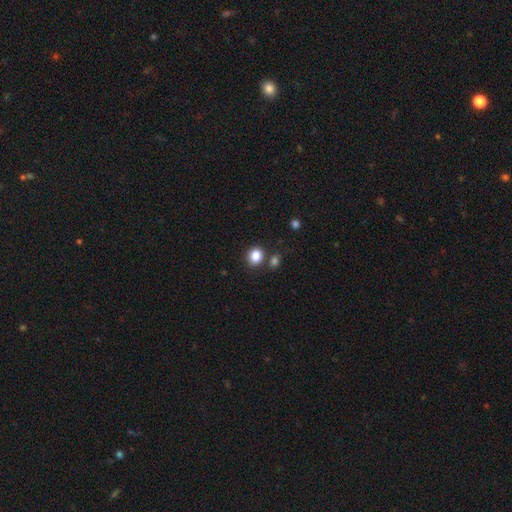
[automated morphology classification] This is clearly a smooth galaxy (85%). How rounded: likely round (65%). Merging: likely none (77%).